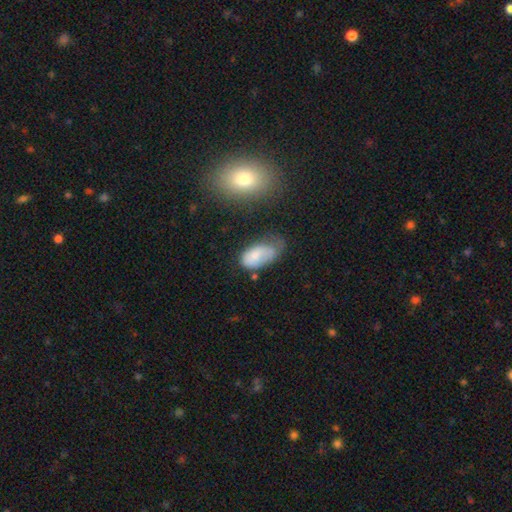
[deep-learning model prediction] Overall: smooth (69%). How rounded: in between (92%). Merging: minor disturbance (36%; major disturbance 31%).